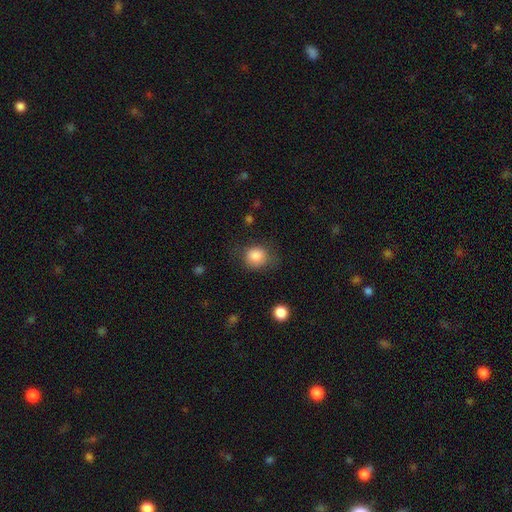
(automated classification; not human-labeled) Smooth or featured: smooth — 85% (star or artifact — 9%)
How rounded: round — 77% (in between — 22%)
Merging: none — 68% (minor disturbance — 21%)